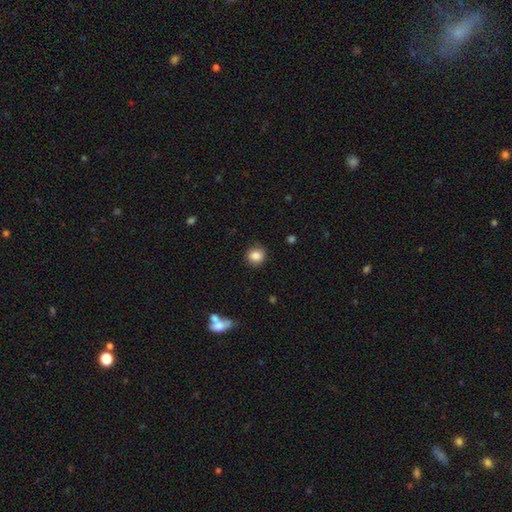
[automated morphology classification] Smooth or featured?
  - smooth: 85% *
  - star or artifact: 10%
  - featured or disk: 5%
How rounded?
  - round: 85% *
  - in between: 14%
  - cigar-shaped: 1%
Merging?
  - none: 86% *
  - minor disturbance: 10%
  - major disturbance: 3%
  - merger: 1%